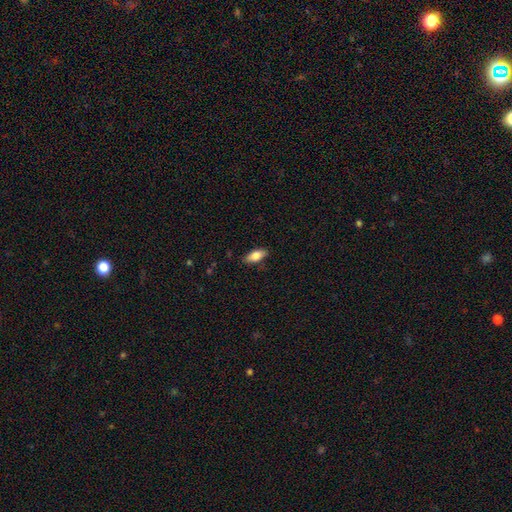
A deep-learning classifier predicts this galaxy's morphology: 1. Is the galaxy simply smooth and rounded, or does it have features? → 77% smooth, 17% featured or disk, 7% star or artifact.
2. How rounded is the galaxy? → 84% in between, 13% cigar-shaped, 3% round.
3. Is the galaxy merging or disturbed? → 84% none, 12% minor disturbance, 2% major disturbance, 1% merger.